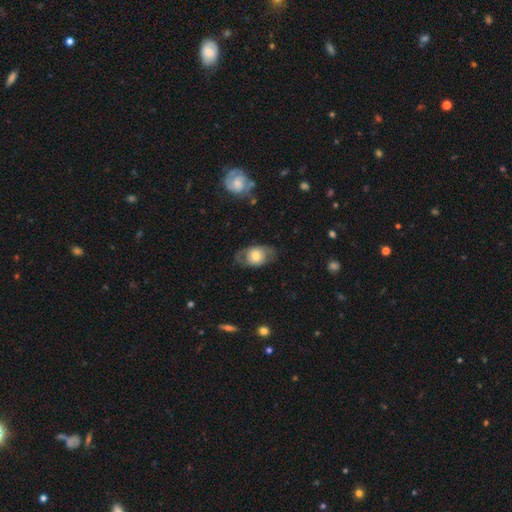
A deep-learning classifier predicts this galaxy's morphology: smooth-or-featured: smooth: 54% | featured or disk: 39% | star or artifact: 7%
  how-rounded: in between: 72% | round: 26% | cigar-shaped: 2%
  merging: none: 67% | minor disturbance: 20% | major disturbance: 11% | merger: 1%